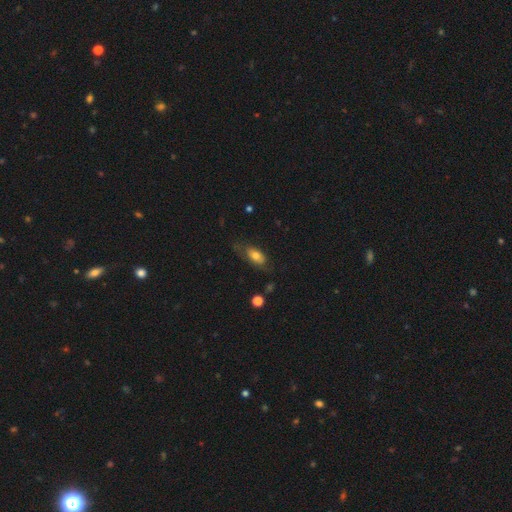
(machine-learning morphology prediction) A smooth galaxy with no disk features (67%) that is in between round and cigar-shaped (85%). Merging: none (54%).